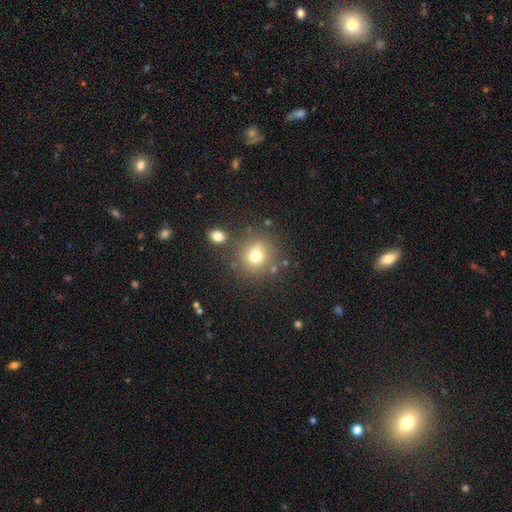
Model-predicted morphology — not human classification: Smooth or featured? smooth (72%)
How rounded? round (91%)
Merging? none (78%)